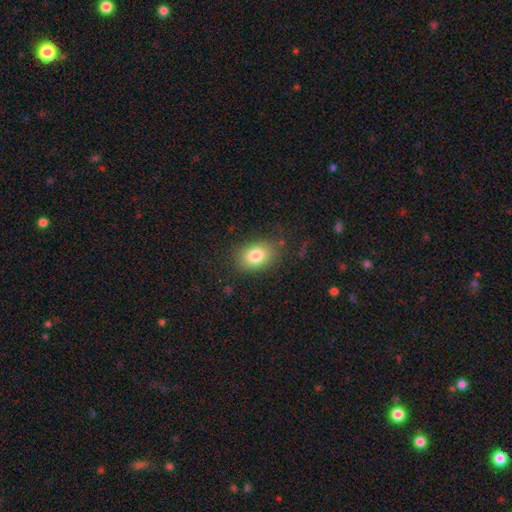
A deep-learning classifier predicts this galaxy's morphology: type=smooth (81%); roundness=in between (76%); merging=none (80%).